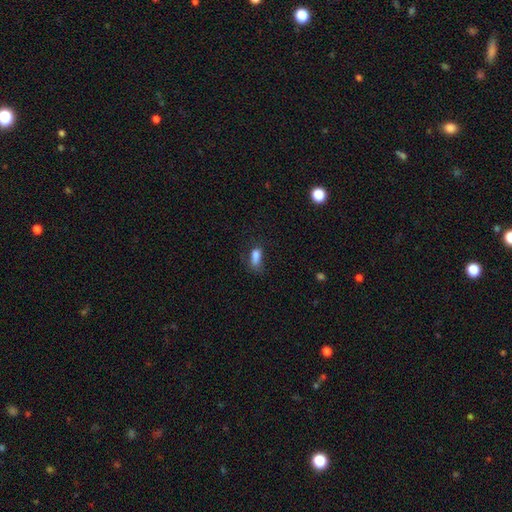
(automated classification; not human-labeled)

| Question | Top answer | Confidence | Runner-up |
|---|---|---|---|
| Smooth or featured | smooth | 79% | star or artifact (12%) |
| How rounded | in between | 79% | cigar-shaped (14%) |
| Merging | none | 43% | minor disturbance (29%) |